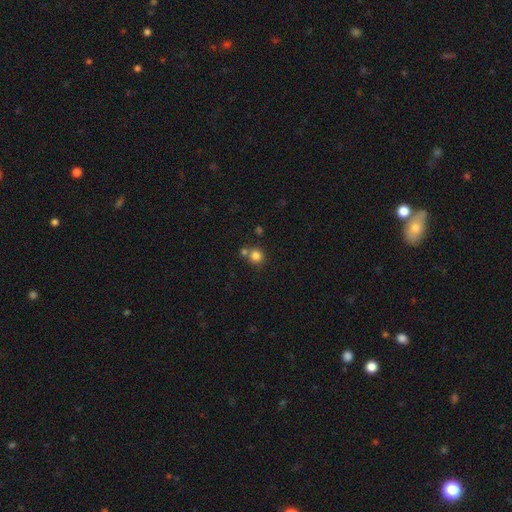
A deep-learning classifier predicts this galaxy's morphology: Smooth or featured? Predicted: smooth (p=0.82). How rounded? Predicted: round (p=0.91). Merging? Predicted: none (p=0.63).